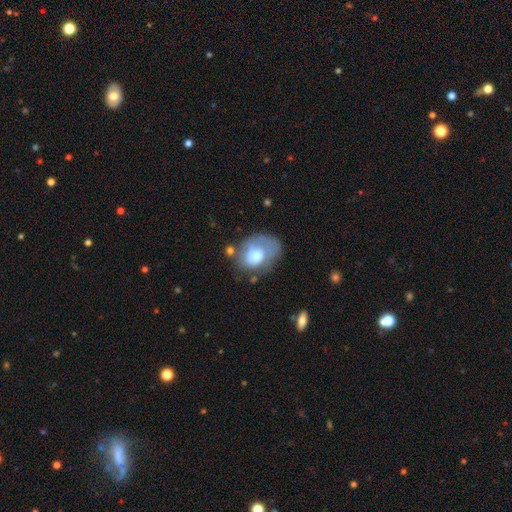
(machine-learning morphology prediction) This appears to be a smooth galaxy with no disk features (59%) that is in between round and cigar-shaped (66%). Merging: none (41%).